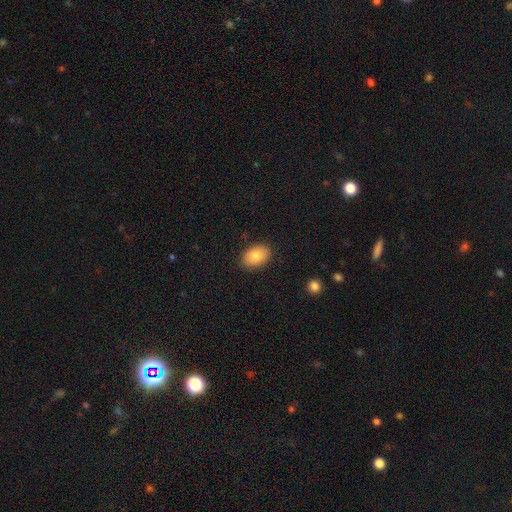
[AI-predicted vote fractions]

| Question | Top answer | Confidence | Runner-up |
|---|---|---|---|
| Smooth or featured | smooth | 82% | featured or disk (11%) |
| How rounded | in between | 86% | round (13%) |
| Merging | none | 89% | minor disturbance (8%) |